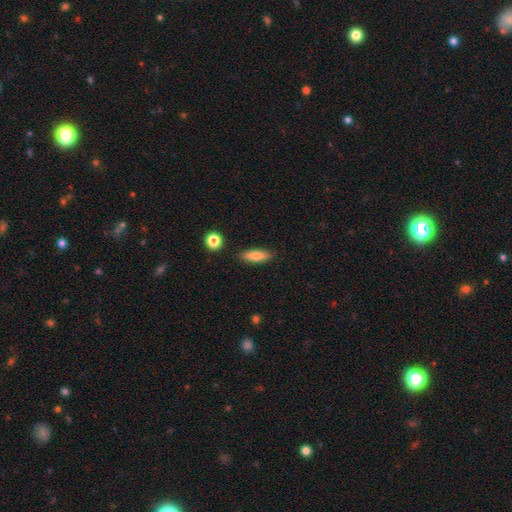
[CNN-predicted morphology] Smooth or featured? Predicted: smooth (p=0.77). How rounded? Predicted: cigar-shaped (p=0.56). Merging? Predicted: none (p=0.86).